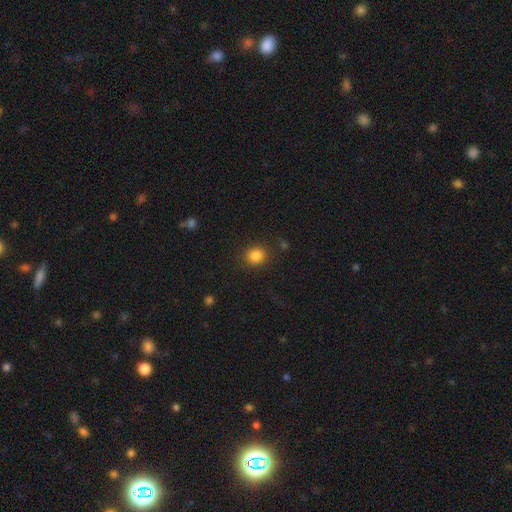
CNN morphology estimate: A smooth galaxy with no disk features (84%) that is round (84%). Merging: none (88%).